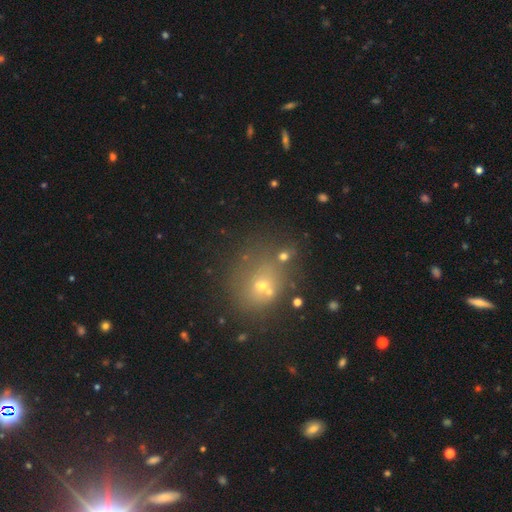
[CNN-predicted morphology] smooth 51%, star or artifact 35%, featured or disk 14%. Down the decision tree: how rounded — round (73%); merging — none (64%).